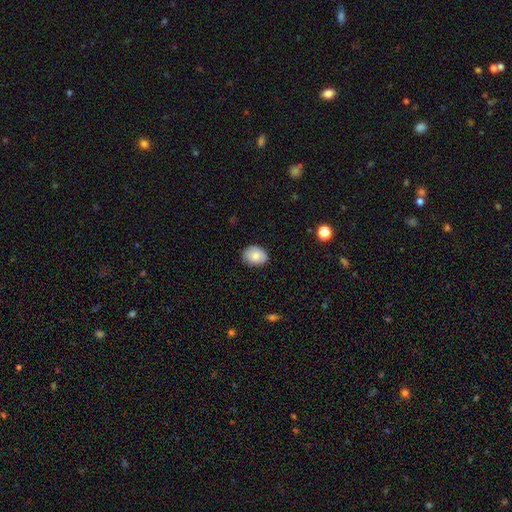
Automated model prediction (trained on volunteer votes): Q: Smooth or featured?
A: smooth (81%); runner-up: featured or disk (11%)
Q: How rounded?
A: in between (67%); runner-up: round (33%)
Q: Merging?
A: none (83%); runner-up: minor disturbance (14%)